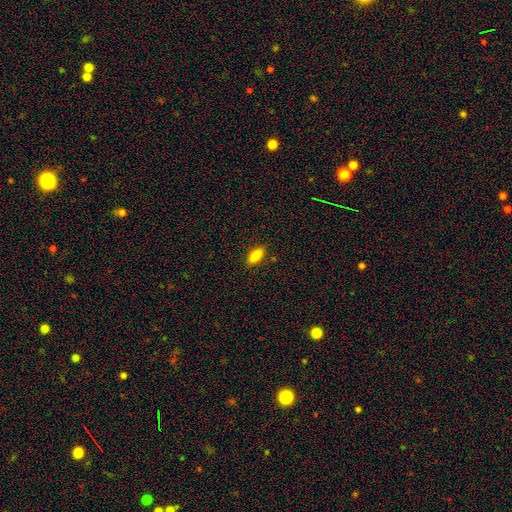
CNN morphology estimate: Smooth or featured: smooth — 83% (featured or disk — 9%)
How rounded: in between — 87% (cigar-shaped — 9%)
Merging: none — 86% (minor disturbance — 10%)